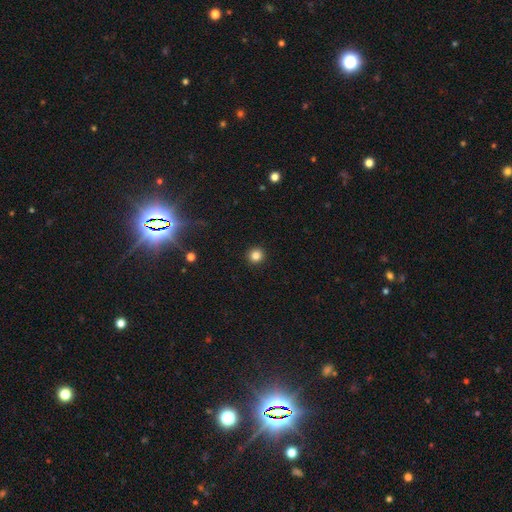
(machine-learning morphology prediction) A smooth galaxy with no disk features (85%) that is round (94%). Merging: none (93%).